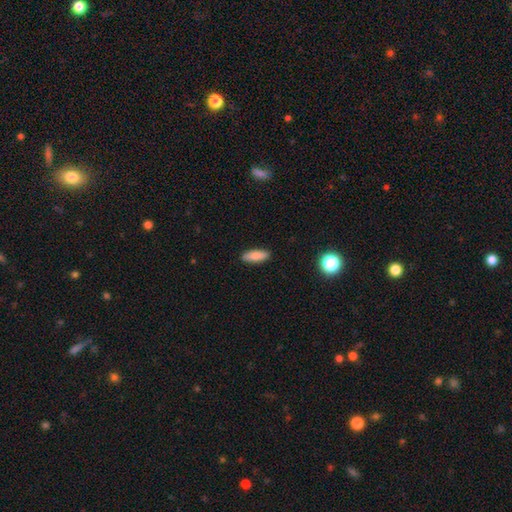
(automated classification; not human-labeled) A smooth galaxy with no disk features (85%) that is in between round and cigar-shaped (61%).

Vote fractions:
- Smooth or featured? smooth: 85% / featured or disk: 8% / star or artifact: 7%
- How rounded? in between: 61% / cigar-shaped: 37% / round: 2%
- Merging? none: 89% / minor disturbance: 8% / major disturbance: 2% / merger: 1%